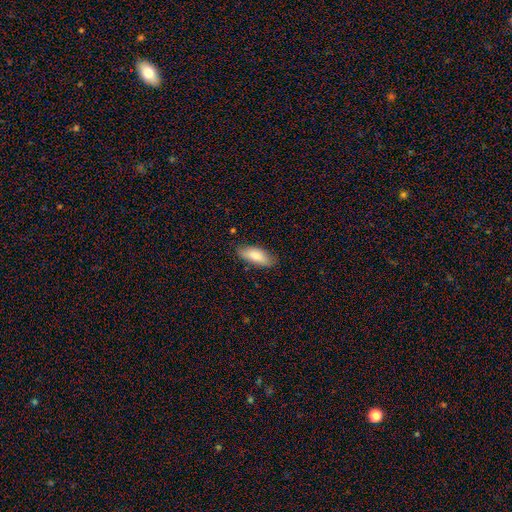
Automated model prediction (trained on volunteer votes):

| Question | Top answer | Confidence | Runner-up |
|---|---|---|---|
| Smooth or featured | smooth | 83% | featured or disk (11%) |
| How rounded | in between | 76% | cigar-shaped (22%) |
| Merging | none | 80% | minor disturbance (16%) |